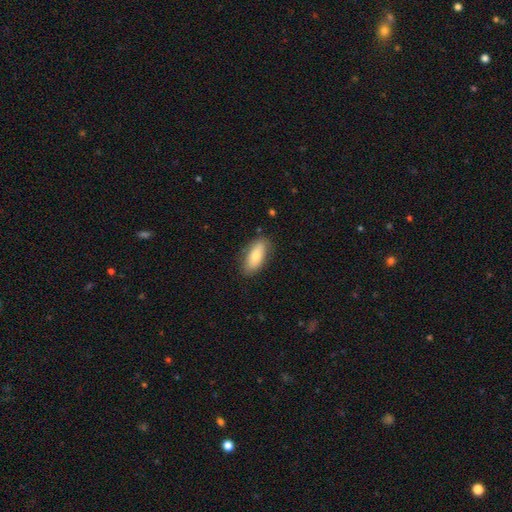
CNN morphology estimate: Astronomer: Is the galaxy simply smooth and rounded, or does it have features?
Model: smooth — 75%.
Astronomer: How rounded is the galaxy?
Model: in between — 84%.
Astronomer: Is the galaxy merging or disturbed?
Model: none — 81%.